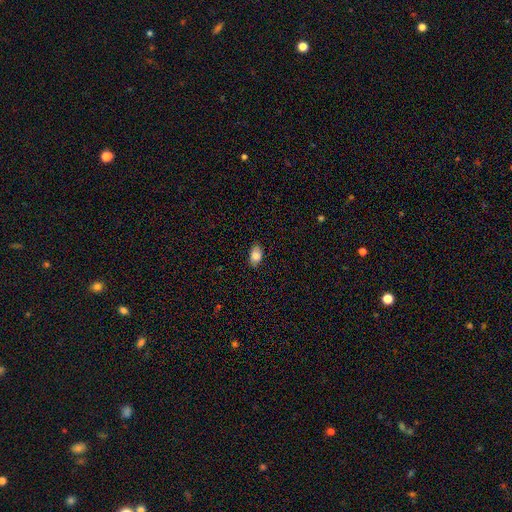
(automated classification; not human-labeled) Smooth or featured: smooth — 83% (featured or disk — 9%)
How rounded: in between — 88% (round — 11%)
Merging: none — 79% (minor disturbance — 17%)